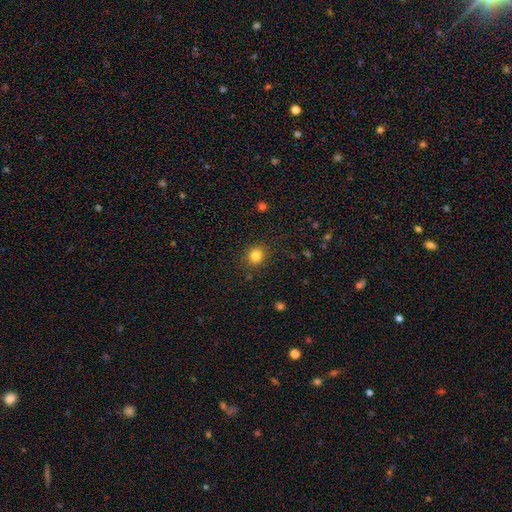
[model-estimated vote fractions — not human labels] Smooth or featured?
  - smooth: 82% *
  - star or artifact: 13%
  - featured or disk: 5%
How rounded?
  - round: 85% *
  - in between: 14%
  - cigar-shaped: 1%
Merging?
  - none: 88% *
  - minor disturbance: 8%
  - major disturbance: 3%
  - merger: 1%